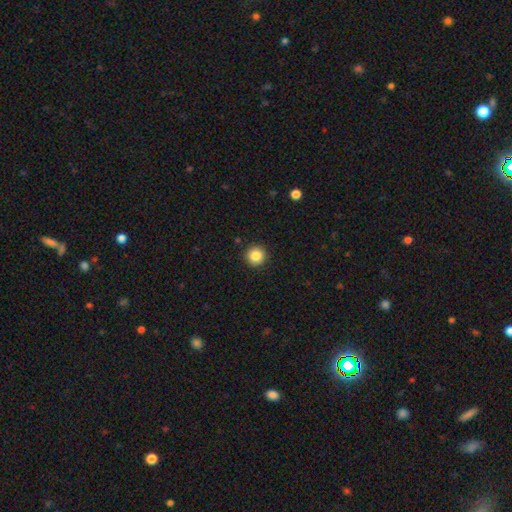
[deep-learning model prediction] This is clearly a smooth galaxy (86%). How rounded: clearly round (95%). Merging: clearly none (93%).